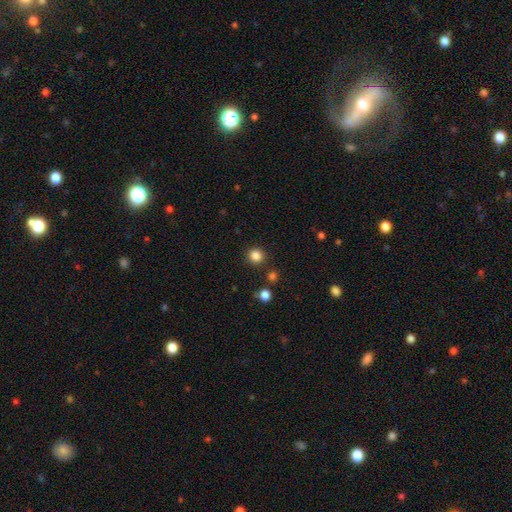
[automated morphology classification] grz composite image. It shows a smooth galaxy with no disk features (85%) that is round (93%). Merging: none (89%).